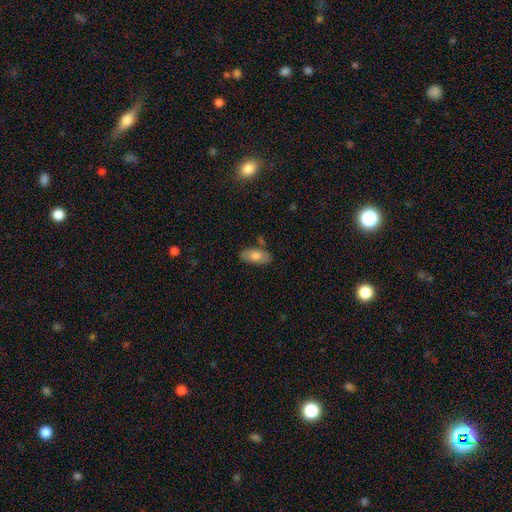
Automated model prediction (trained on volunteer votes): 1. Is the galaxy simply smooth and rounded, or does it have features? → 75% smooth, 19% featured or disk, 7% star or artifact.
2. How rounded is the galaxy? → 91% in between, 6% cigar-shaped, 3% round.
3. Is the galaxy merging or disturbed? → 77% none, 15% minor disturbance, 5% merger, 3% major disturbance.